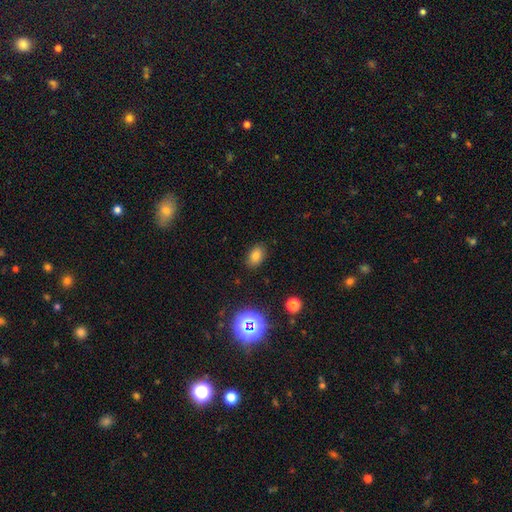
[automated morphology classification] Smooth or featured? smooth (76%)
How rounded? in between (83%)
Merging? none (86%)